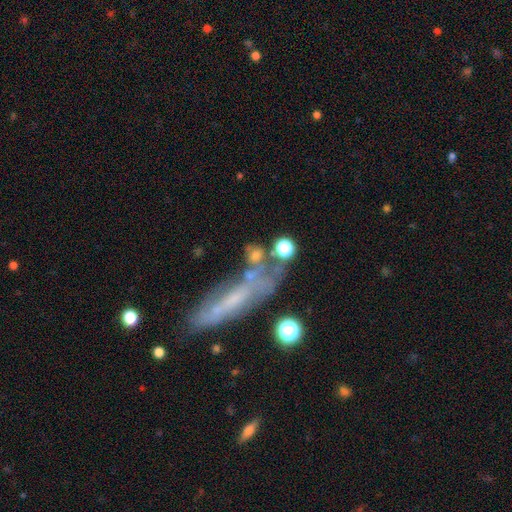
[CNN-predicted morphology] Overall: smooth (62%). How rounded: round (56%; in between 31%). Merging: none (49%; merger 24%).